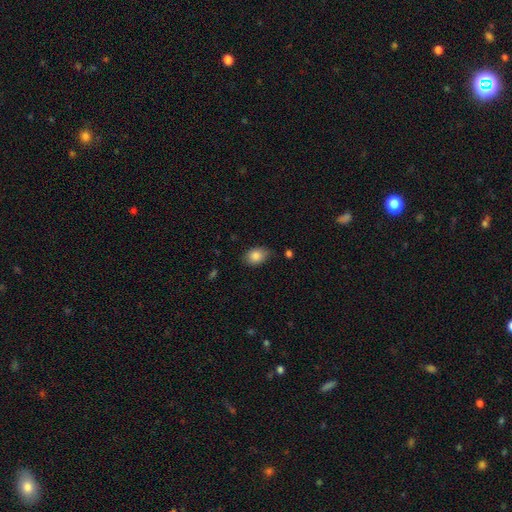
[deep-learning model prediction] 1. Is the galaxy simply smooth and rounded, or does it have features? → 86% smooth, 8% star or artifact, 6% featured or disk.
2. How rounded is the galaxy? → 76% in between, 22% round, 1% cigar-shaped.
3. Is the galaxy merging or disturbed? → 76% none, 18% minor disturbance, 3% major disturbance, 2% merger.